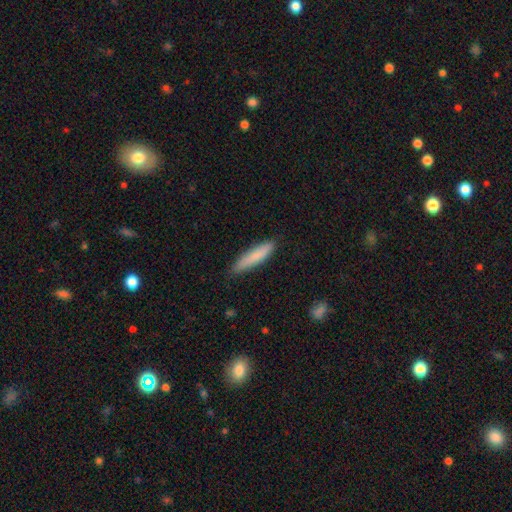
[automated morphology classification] smooth-or-featured: smooth: 82% | featured or disk: 12% | star or artifact: 6%
  how-rounded: cigar-shaped: 85% | in between: 13% | round: 1%
  merging: none: 83% | minor disturbance: 14% | major disturbance: 2% | merger: 1%